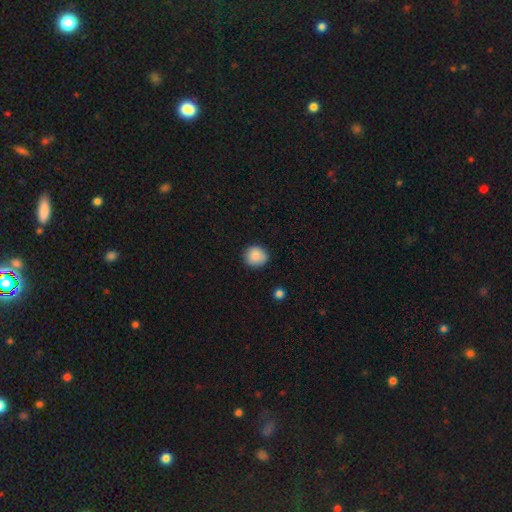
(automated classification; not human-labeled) Smooth or featured?
  - smooth: 88% *
  - star or artifact: 8%
  - featured or disk: 4%
How rounded?
  - round: 88% *
  - in between: 11%
  - cigar-shaped: 1%
Merging?
  - none: 86% *
  - minor disturbance: 11%
  - major disturbance: 2%
  - merger: 1%